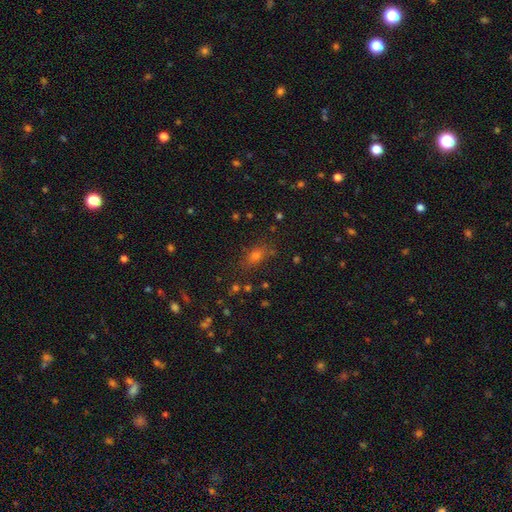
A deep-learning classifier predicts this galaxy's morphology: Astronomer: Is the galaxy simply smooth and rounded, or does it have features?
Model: smooth — 61%.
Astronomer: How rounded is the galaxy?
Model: in between — 63%.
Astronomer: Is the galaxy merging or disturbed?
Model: none — 78%.